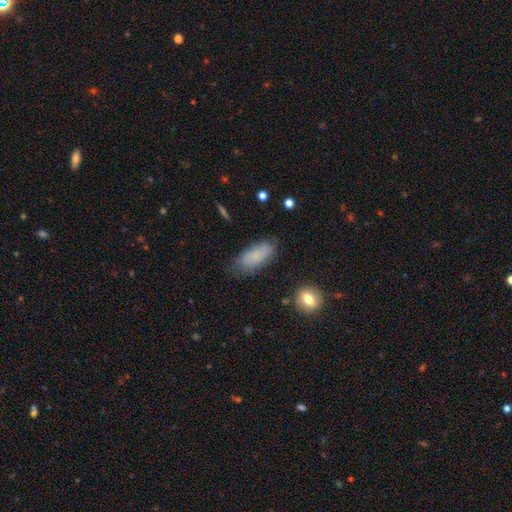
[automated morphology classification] Smooth or featured? smooth (80%)
How rounded? in between (79%)
Merging? none (69%)